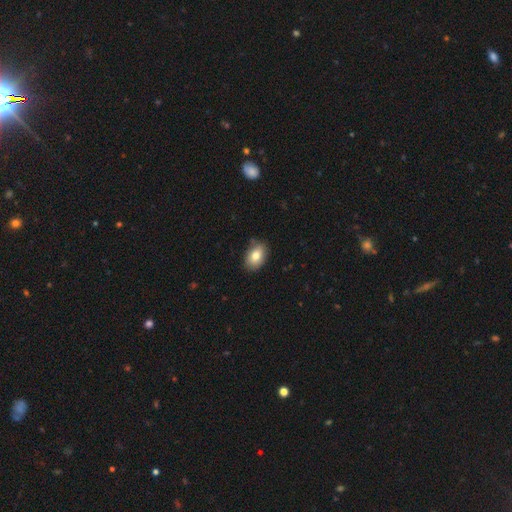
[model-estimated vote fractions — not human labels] The model was most divided on "merging": none: 80%, minor disturbance: 16%, major disturbance: 2%, merger: 2%. More confident: how rounded — in between (84%); smooth or featured — smooth (79%).